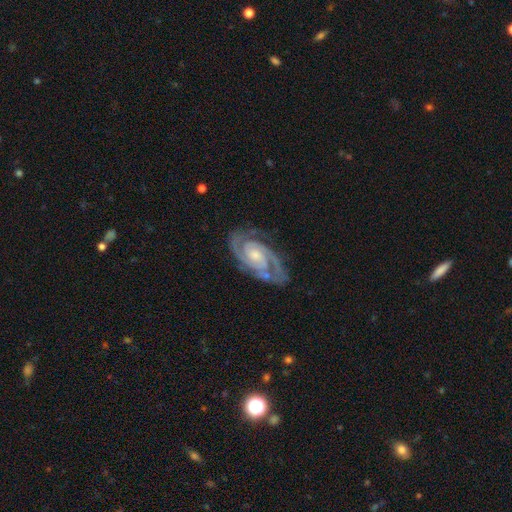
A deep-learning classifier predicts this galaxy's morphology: featured or disk 93%, star or artifact 4%, smooth 3%. Down the decision tree: edge-on disk — no (97%); bar — no (58%); spiral arms — yes (99%); spiral arm count — 2 (84%); spiral winding — tight (68%); bulge size — small (46%); merging — none (78%).